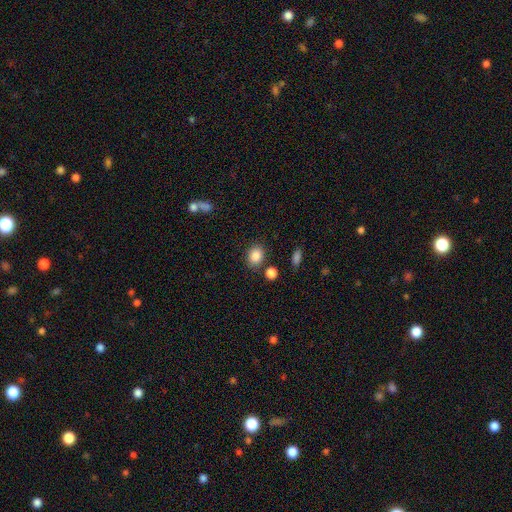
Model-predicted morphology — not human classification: smooth_or_featured: smooth (p=0.86) [alt: star or artifact p=0.09]
how_rounded: in between (p=0.52) [alt: round p=0.47]
merging: none (p=0.79) [alt: minor disturbance p=0.11]